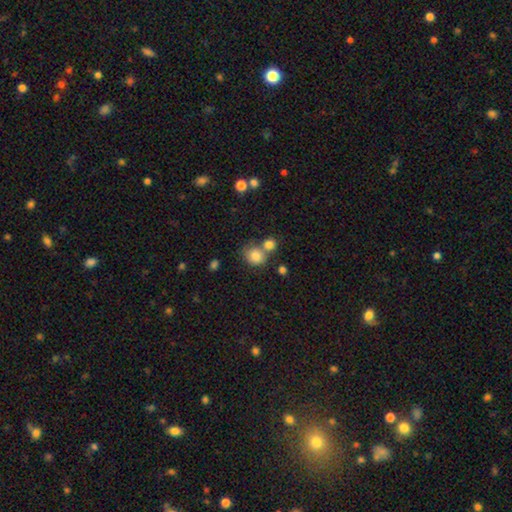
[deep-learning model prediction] The model was most divided on "merging": none: 50%, merger: 35%, minor disturbance: 11%, major disturbance: 4%. More confident: smooth or featured — smooth (81%); how rounded — round (75%).